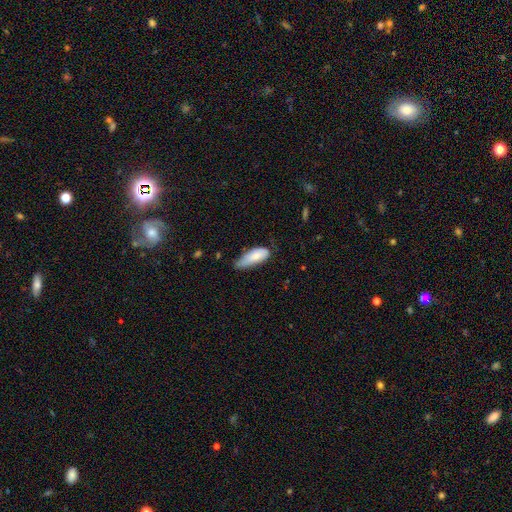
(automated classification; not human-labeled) Smooth or featured? smooth (79%)
How rounded? in between (79%)
Merging? minor disturbance (48%)